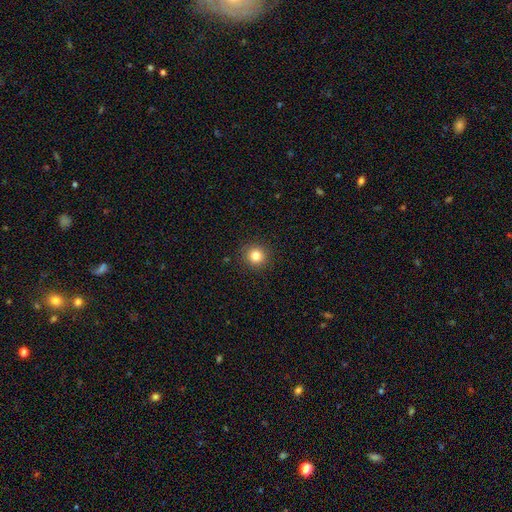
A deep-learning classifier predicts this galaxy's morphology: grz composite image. It shows a smooth galaxy with no disk features (83%) that is round (94%). Merging: none (92%).